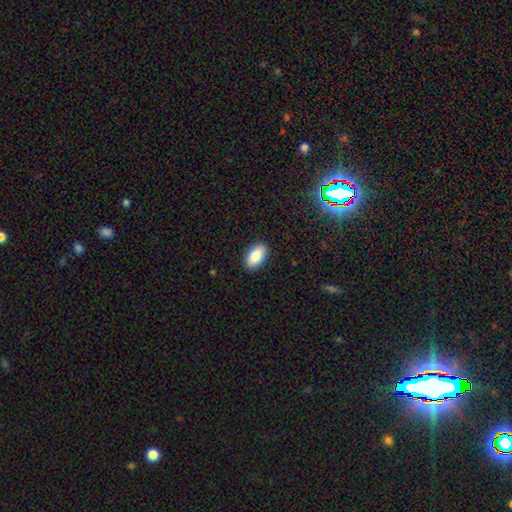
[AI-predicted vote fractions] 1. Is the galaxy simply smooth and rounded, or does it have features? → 87% smooth, 7% star or artifact, 6% featured or disk.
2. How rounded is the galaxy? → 94% in between, 4% round, 2% cigar-shaped.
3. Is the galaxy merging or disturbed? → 90% none, 7% minor disturbance, 2% major disturbance, 1% merger.